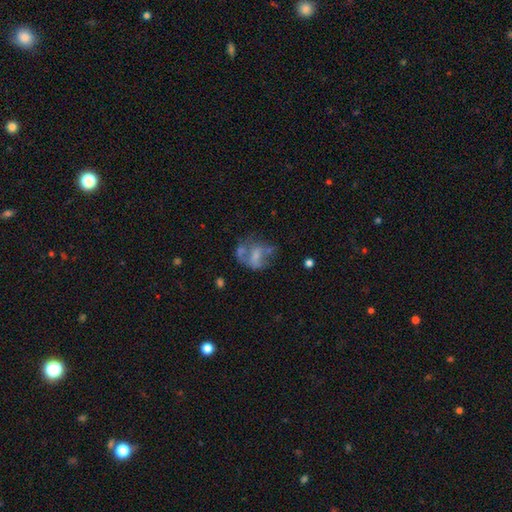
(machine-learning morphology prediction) Smooth or featured? Predicted: featured or disk (p=0.48). Merging? Predicted: none (p=0.31, tied with major disturbance).